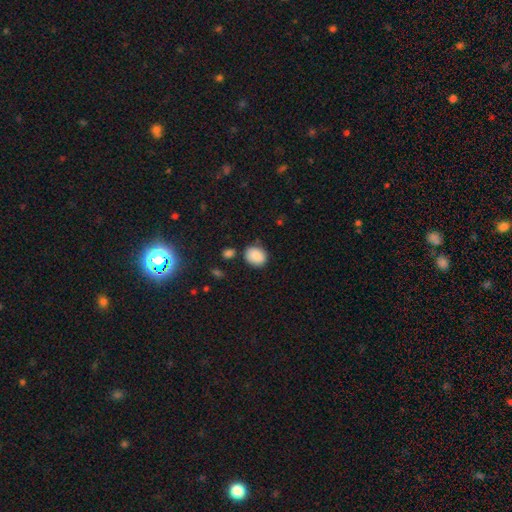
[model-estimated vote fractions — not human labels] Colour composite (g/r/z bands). It shows a smooth galaxy with no disk features (88%) that is in between round and cigar-shaped (51%). Merging: none (78%).